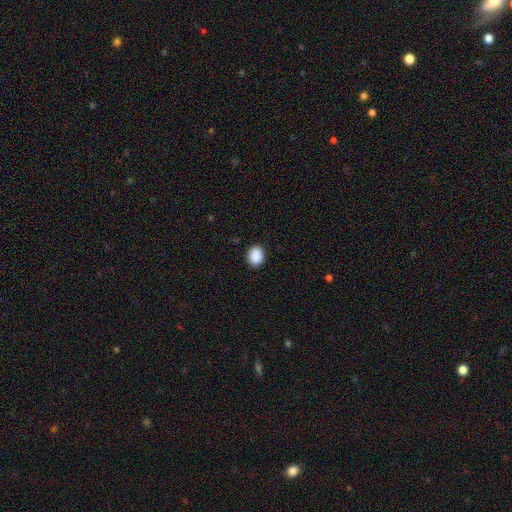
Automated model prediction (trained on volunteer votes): Morphology: type=smooth (90%); roundness=in between (59%); merging=none (89%).